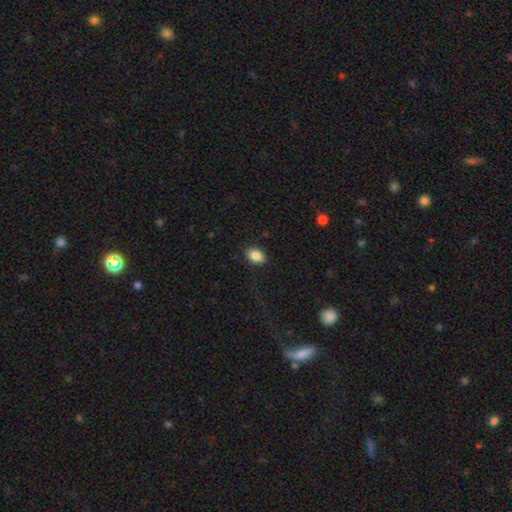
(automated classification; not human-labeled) This appears to be a smooth galaxy with no disk features (86%) that is in between round and cigar-shaped (84%). Merging: none (87%).